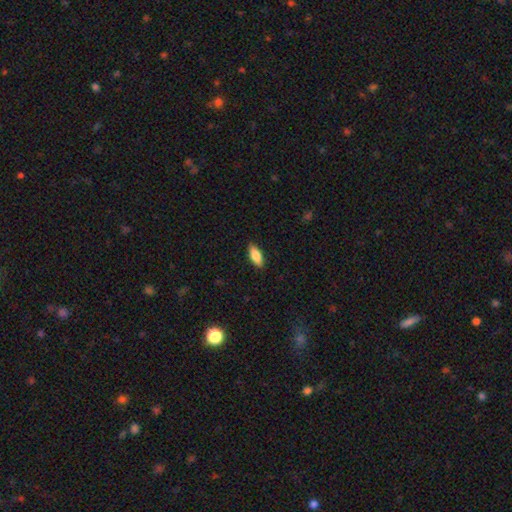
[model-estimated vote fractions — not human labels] Overall: smooth (79%). How rounded: in between (81%). Merging: none (87%).